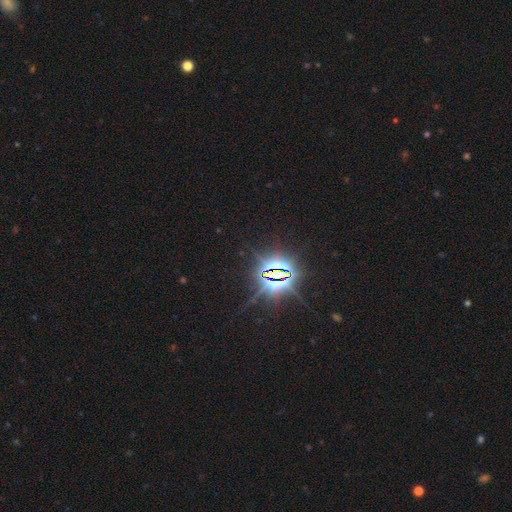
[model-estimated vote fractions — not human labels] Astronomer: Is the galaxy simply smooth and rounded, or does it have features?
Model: star or artifact — 86%.